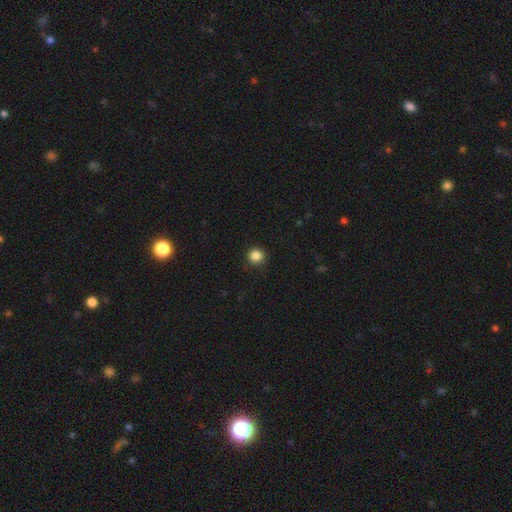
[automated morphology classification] smooth-or-featured: smooth: 85% | star or artifact: 11% | featured or disk: 3%
  how-rounded: round: 94% | in between: 5% | cigar-shaped: 1%
  merging: none: 90% | minor disturbance: 7% | major disturbance: 2% | merger: 1%